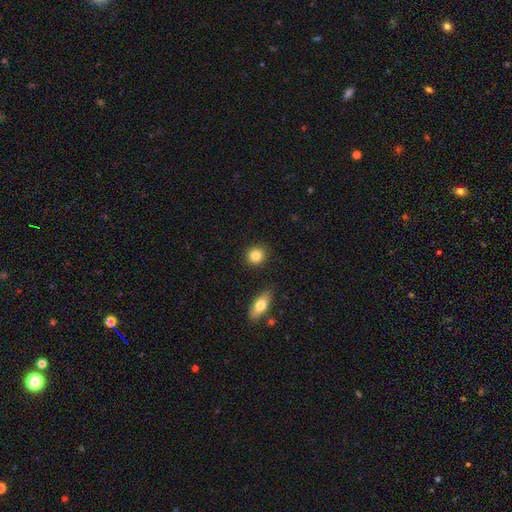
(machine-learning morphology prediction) Smooth or featured?
  - smooth: 85% *
  - star or artifact: 9%
  - featured or disk: 7%
How rounded?
  - round: 84% *
  - in between: 14%
  - cigar-shaped: 1%
Merging?
  - none: 89% *
  - minor disturbance: 7%
  - merger: 3%
  - major disturbance: 2%